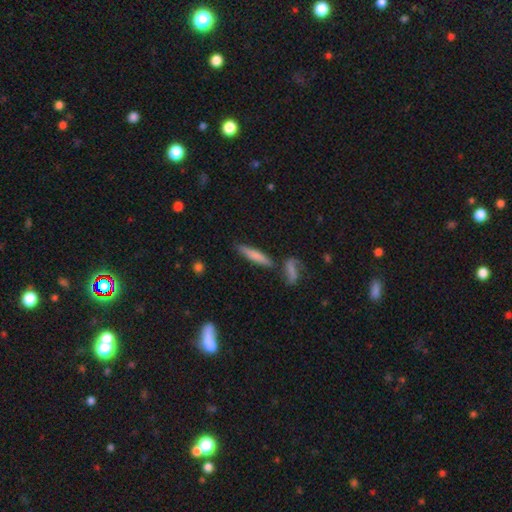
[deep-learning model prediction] Smooth or featured: smooth — 69% (featured or disk — 24%)
How rounded: cigar-shaped — 84% (in between — 13%)
Merging: none — 73% (minor disturbance — 12%)